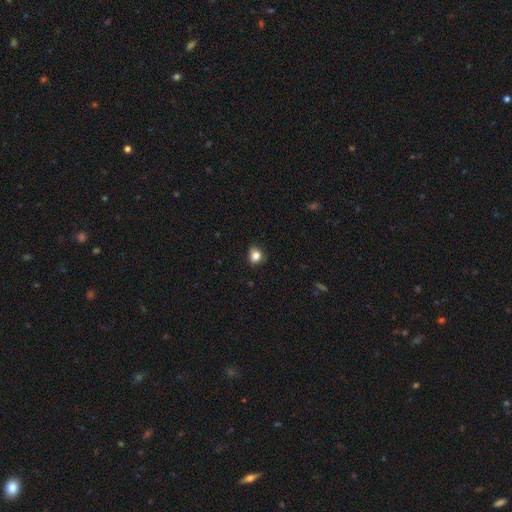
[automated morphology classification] Q: Smooth or featured?
A: smooth (85%); runner-up: star or artifact (10%)
Q: How rounded?
A: round (66%); runner-up: in between (33%)
Q: Merging?
A: none (78%); runner-up: minor disturbance (17%)